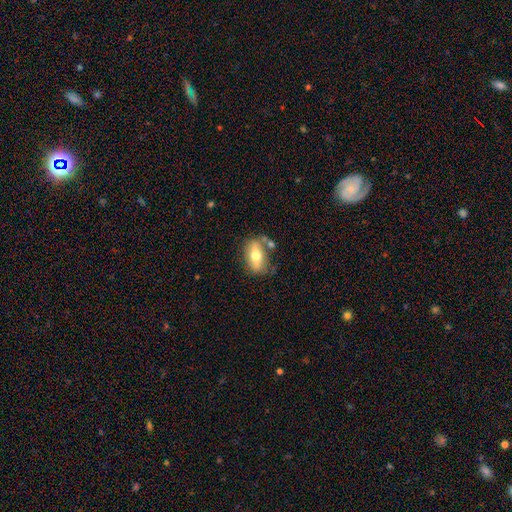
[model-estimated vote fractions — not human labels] A smooth galaxy with no disk features (56%) that is in between round and cigar-shaped (83%).

Vote fractions:
- Smooth or featured? smooth: 56% / featured or disk: 37% / star or artifact: 7%
- How rounded? in between: 83% / cigar-shaped: 9% / round: 8%
- Merging? none: 61% / minor disturbance: 20% / merger: 12% / major disturbance: 7%